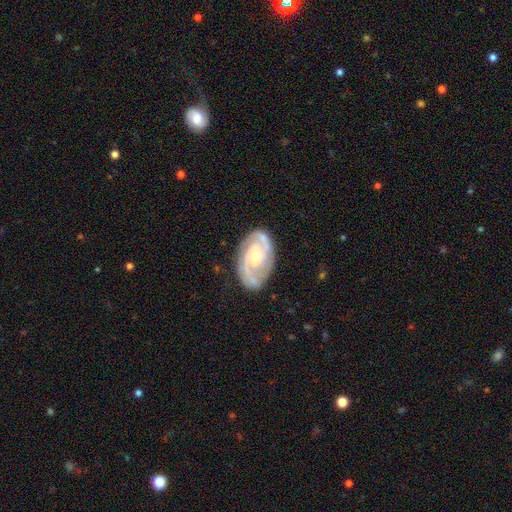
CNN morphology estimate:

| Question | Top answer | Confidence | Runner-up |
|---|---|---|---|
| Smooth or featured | featured or disk | 88% | smooth (8%) |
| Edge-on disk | no | 97% | yes (3%) |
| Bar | no | 61% | weak (31%) |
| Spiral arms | yes | 97% | no (3%) |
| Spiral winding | tight | 50% | medium (42%) |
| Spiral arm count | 2 | 75% | 3 (10%) |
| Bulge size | small | 63% | moderate (33%) |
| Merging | none | 77% | minor disturbance (16%) |